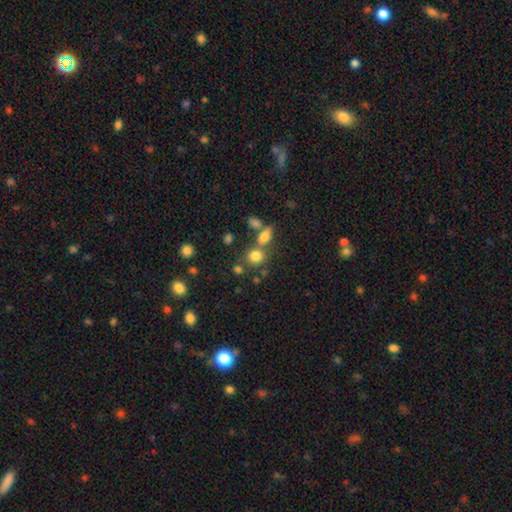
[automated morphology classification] Smooth or featured: smooth — 78% (star or artifact — 13%)
How rounded: round — 76% (in between — 23%)
Merging: none — 58% (merger — 27%)